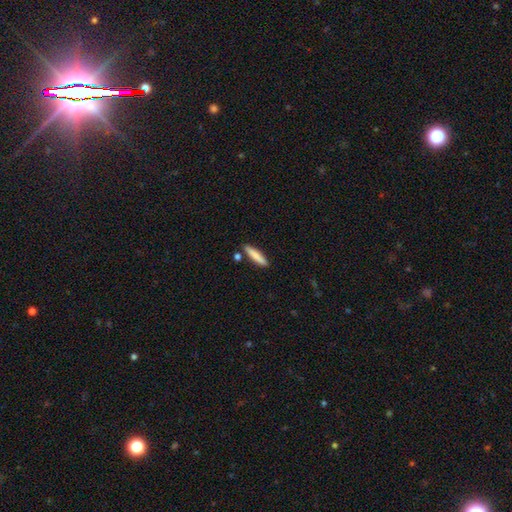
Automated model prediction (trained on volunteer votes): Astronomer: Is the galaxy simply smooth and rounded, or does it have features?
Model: smooth — 80%.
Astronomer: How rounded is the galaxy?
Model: cigar-shaped — 88%.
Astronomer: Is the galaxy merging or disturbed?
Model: none — 84%.